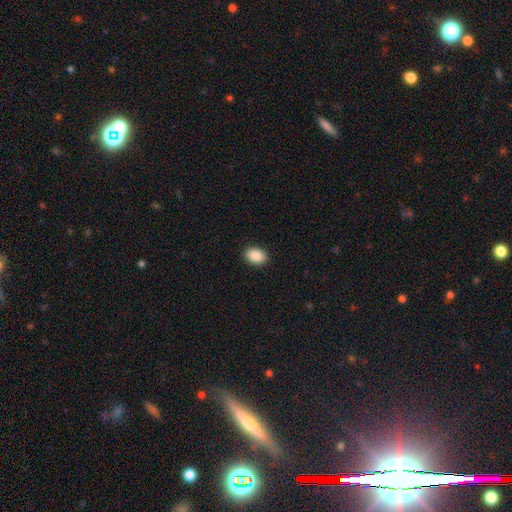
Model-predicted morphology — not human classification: Smooth or featured?
  - smooth: 90% *
  - star or artifact: 7%
  - featured or disk: 3%
How rounded?
  - in between: 82% *
  - round: 17%
  - cigar-shaped: 1%
Merging?
  - none: 91% *
  - minor disturbance: 6%
  - major disturbance: 2%
  - merger: 1%